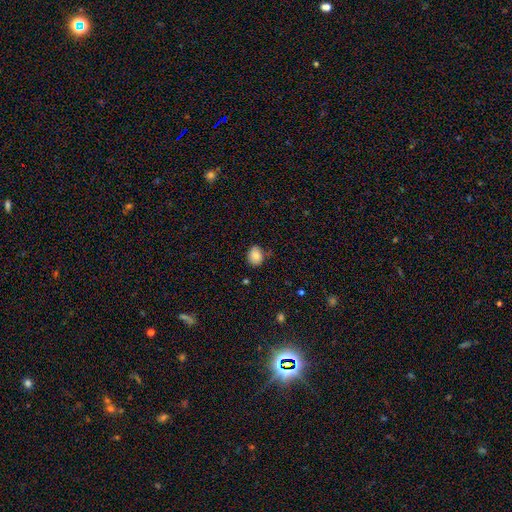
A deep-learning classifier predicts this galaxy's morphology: Overall: smooth (84%). How rounded: round (59%; in between 40%). Merging: none (78%).